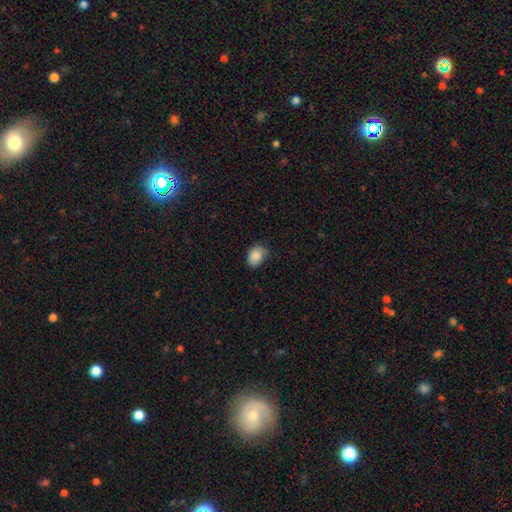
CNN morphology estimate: This appears to be a smooth galaxy with no disk features (86%) that is in between round and cigar-shaped (69%). Merging: none (59%).